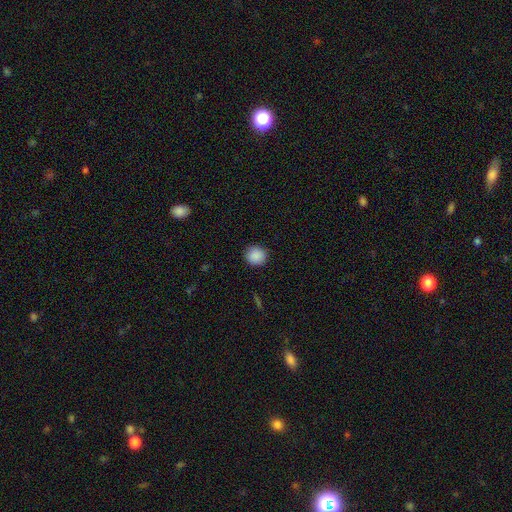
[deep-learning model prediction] A smooth galaxy with no disk features (89%) that is round (89%).

Vote fractions:
- Smooth or featured? smooth: 89% / star or artifact: 8% / featured or disk: 3%
- How rounded? round: 89% / in between: 10% / cigar-shaped: 1%
- Merging? none: 91% / minor disturbance: 6% / major disturbance: 2% / merger: 1%